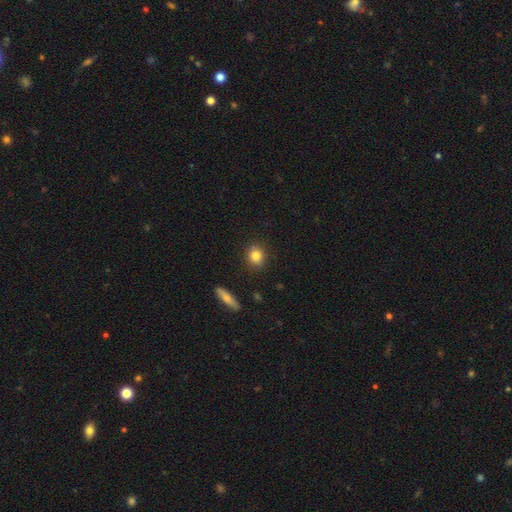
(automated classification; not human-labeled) Morphology: type=smooth (82%); roundness=round (64%); merging=none (86%).